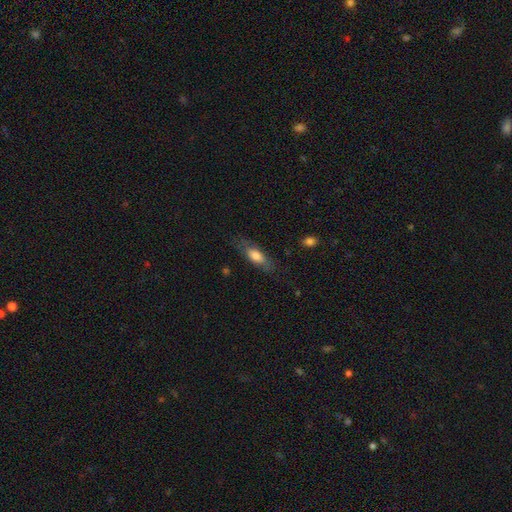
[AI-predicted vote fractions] smooth 69%, featured or disk 25%, star or artifact 7%. Down the decision tree: how rounded — in between (68%); merging — none (74%).